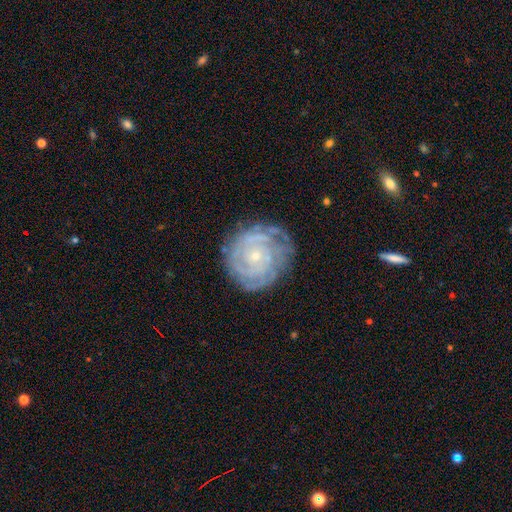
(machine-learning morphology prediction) featured or disk 86%, smooth 8%, star or artifact 6%. Down the decision tree: edge-on disk — no (98%); bar — no (77%); spiral arms — yes (96%); spiral arm count — can't tell (29%); spiral winding — tight (83%); bulge size — small (80%); merging — none (76%).